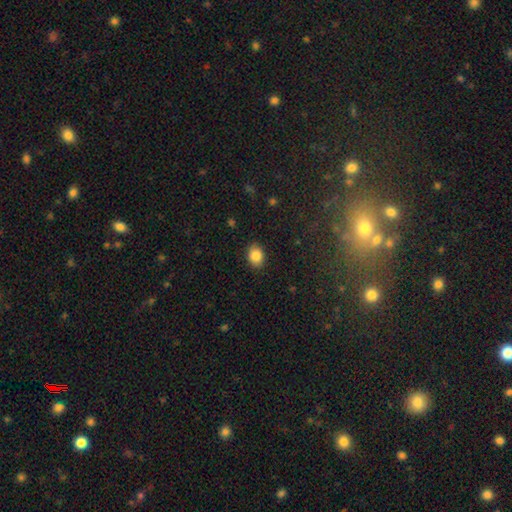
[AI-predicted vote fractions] A smooth galaxy with no disk features (86%) that is in between round and cigar-shaped (61%). Merging: none (88%).